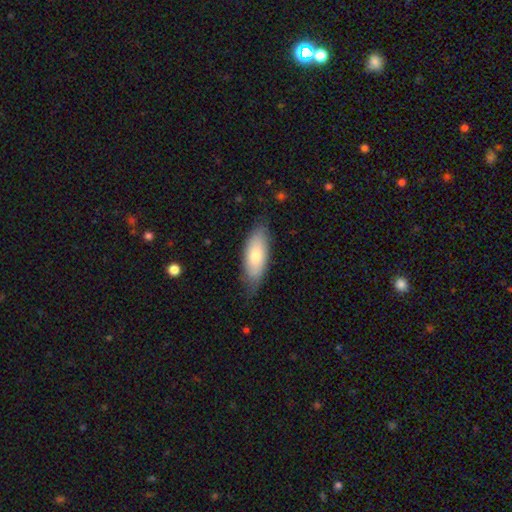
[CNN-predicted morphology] This is likely a smooth galaxy (71%). How rounded: clearly in between (81%). Merging: likely none (68%).